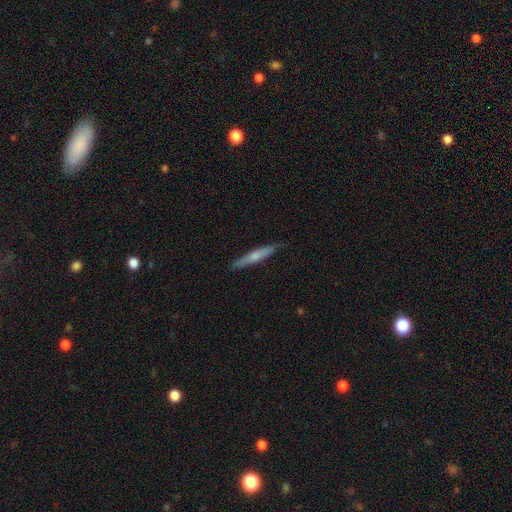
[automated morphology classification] smooth_or_featured: smooth (p=0.51) [alt: featured or disk p=0.43]
how_rounded: cigar-shaped (p=0.94) [alt: in between p=0.05]
merging: none (p=0.87) [alt: minor disturbance p=0.10]